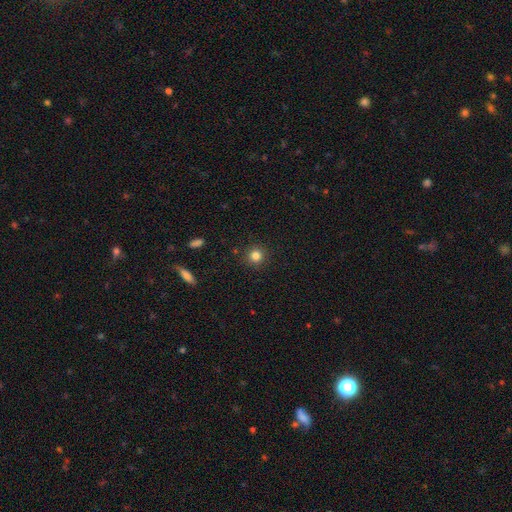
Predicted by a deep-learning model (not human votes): Morphology: type=smooth (82%); roundness=round (93%); merging=none (90%).